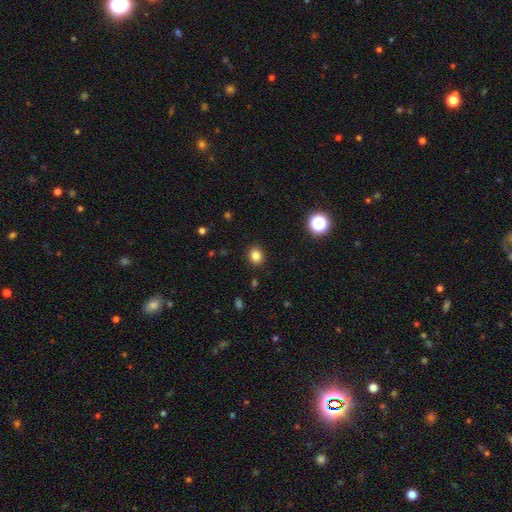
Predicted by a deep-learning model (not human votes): Smooth or featured? Predicted: smooth (p=0.83). How rounded? Predicted: round (p=0.75). Merging? Predicted: none (p=0.90).